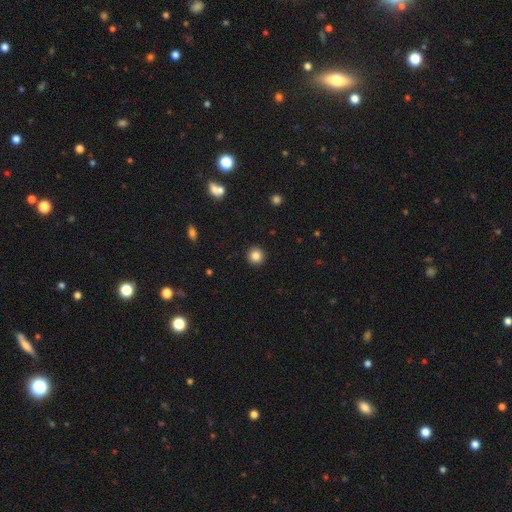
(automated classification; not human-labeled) The model was most divided on "smooth or featured": smooth: 84%, star or artifact: 11%, featured or disk: 5%. More confident: how rounded — round (95%); merging — none (93%).